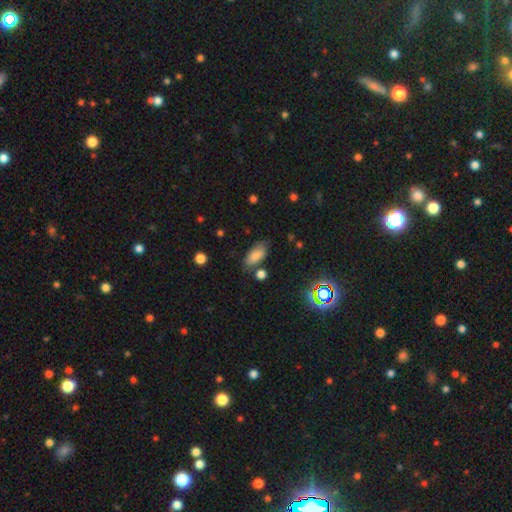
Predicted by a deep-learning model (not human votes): Smooth or featured: smooth — 79% (featured or disk — 11%)
How rounded: in between — 87% (cigar-shaped — 10%)
Merging: none — 70% (minor disturbance — 19%)